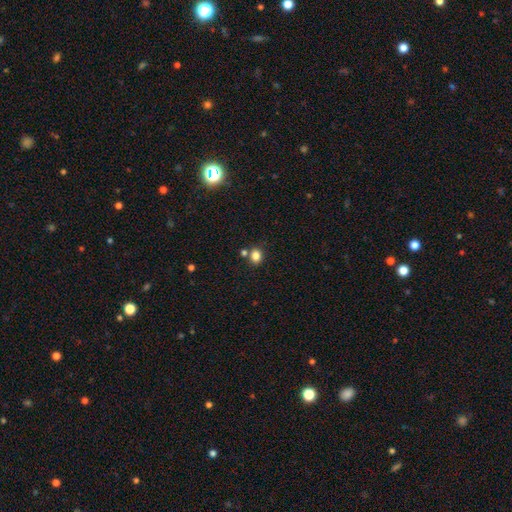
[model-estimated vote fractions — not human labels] Smooth or featured?
  - smooth: 82% *
  - star or artifact: 12%
  - featured or disk: 5%
How rounded?
  - round: 52% *
  - in between: 47%
  - cigar-shaped: 1%
Merging?
  - none: 70% *
  - merger: 16%
  - minor disturbance: 11%
  - major disturbance: 3%